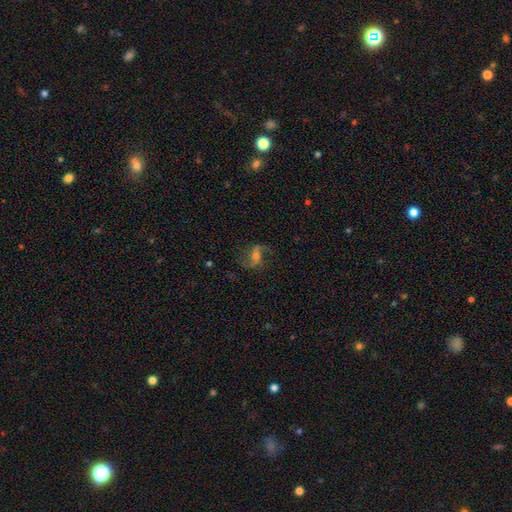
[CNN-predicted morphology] Smooth or featured? Predicted: featured or disk (p=0.76). Edge-on disk? Predicted: no (p=0.96). Bar? Predicted: weak (p=0.45). Spiral arms? Predicted: yes (p=0.94). Spiral winding? Predicted: loose (p=0.66). Spiral arm count? Predicted: 2 (p=0.89). Bulge size? Predicted: moderate (p=0.46). Merging? Predicted: none (p=0.74).